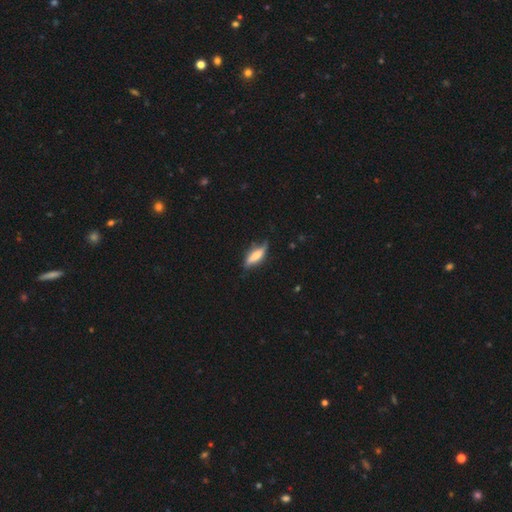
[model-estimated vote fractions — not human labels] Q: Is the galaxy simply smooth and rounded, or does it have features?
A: smooth — 54%.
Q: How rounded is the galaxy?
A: cigar-shaped — 53%.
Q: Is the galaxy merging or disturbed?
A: none — 63%.